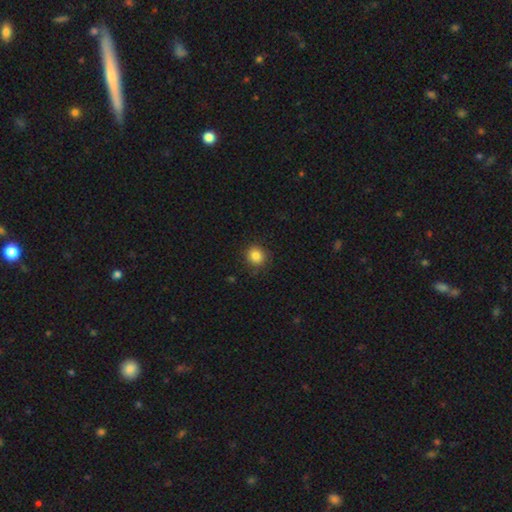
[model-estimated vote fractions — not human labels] The model was most divided on "smooth or featured": smooth: 84%, star or artifact: 11%, featured or disk: 5%. More confident: how rounded — round (89%); merging — none (85%).